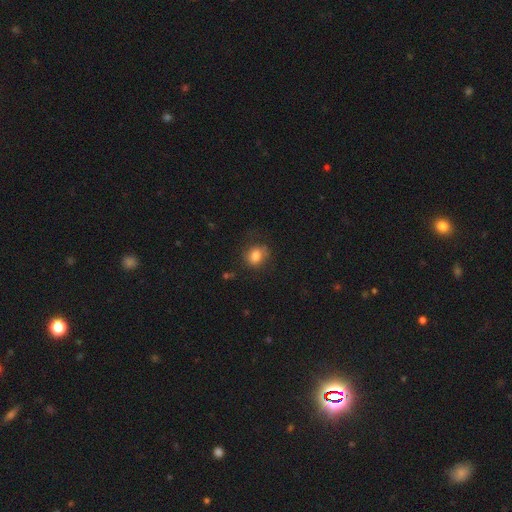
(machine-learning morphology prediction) A smooth galaxy with no disk features (81%) that is round (60%). Merging: none (71%).